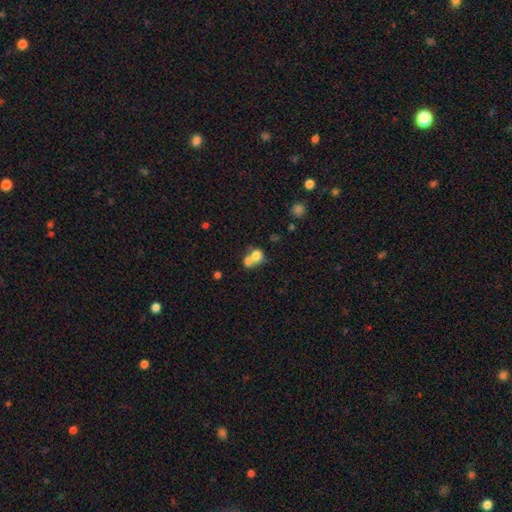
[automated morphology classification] Smooth or featured? Predicted: smooth (p=0.73). How rounded? Predicted: round (p=0.68). Merging? Predicted: merger (p=0.64).